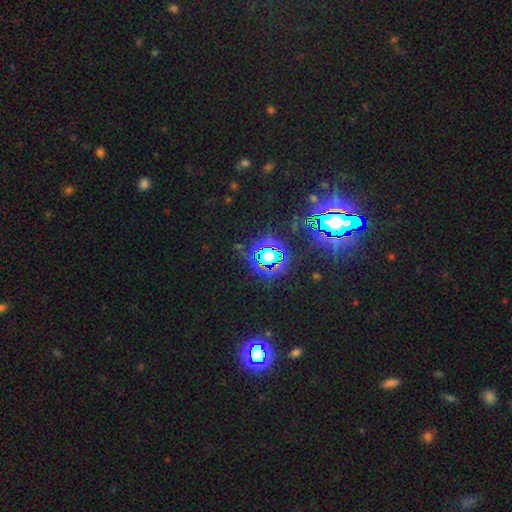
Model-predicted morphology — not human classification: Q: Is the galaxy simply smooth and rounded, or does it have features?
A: star or artifact — 83%.